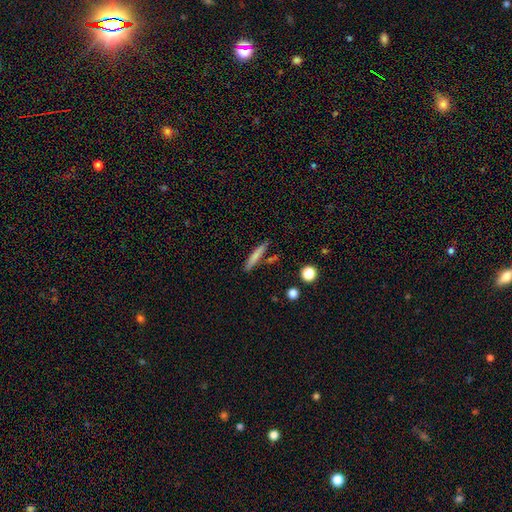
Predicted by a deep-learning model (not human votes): Smooth or featured? smooth (75%)
How rounded? cigar-shaped (92%)
Merging? none (84%)